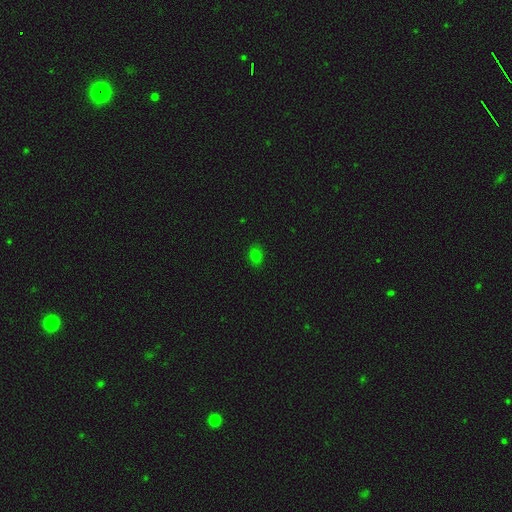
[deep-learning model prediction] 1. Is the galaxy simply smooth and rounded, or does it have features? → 78% smooth, 17% star or artifact, 5% featured or disk.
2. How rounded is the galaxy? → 66% in between, 33% round, 1% cigar-shaped.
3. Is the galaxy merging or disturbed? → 87% none, 10% minor disturbance, 2% major disturbance, 1% merger.